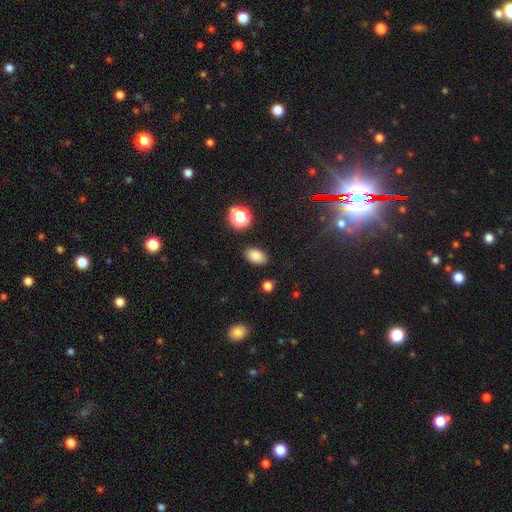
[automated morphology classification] Smooth or featured?
  - smooth: 83% *
  - star or artifact: 12%
  - featured or disk: 5%
How rounded?
  - in between: 89% *
  - round: 10%
  - cigar-shaped: 1%
Merging?
  - none: 86% *
  - minor disturbance: 9%
  - major disturbance: 3%
  - merger: 2%